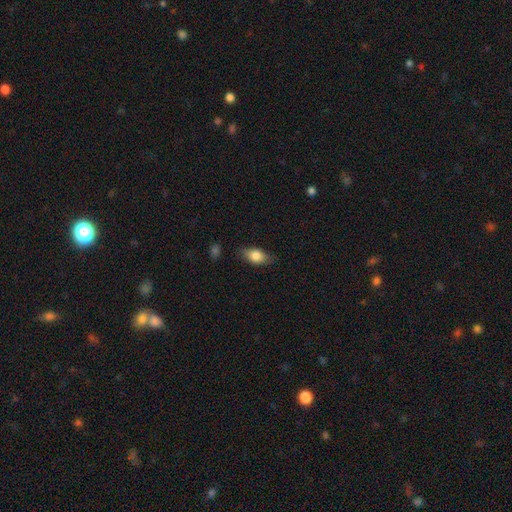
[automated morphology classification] Smooth or featured? Predicted: smooth (p=0.78). How rounded? Predicted: in between (p=0.85). Merging? Predicted: none (p=0.79).